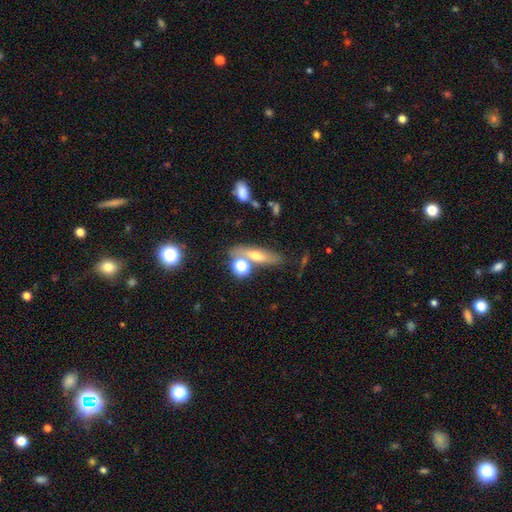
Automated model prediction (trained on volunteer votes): Smooth or featured?
  - smooth: 55% *
  - featured or disk: 32%
  - star or artifact: 13%
How rounded?
  - cigar-shaped: 47% *
  - in between: 42%
  - round: 10%
Merging?
  - none: 62% *
  - merger: 18%
  - minor disturbance: 14%
  - major disturbance: 6%